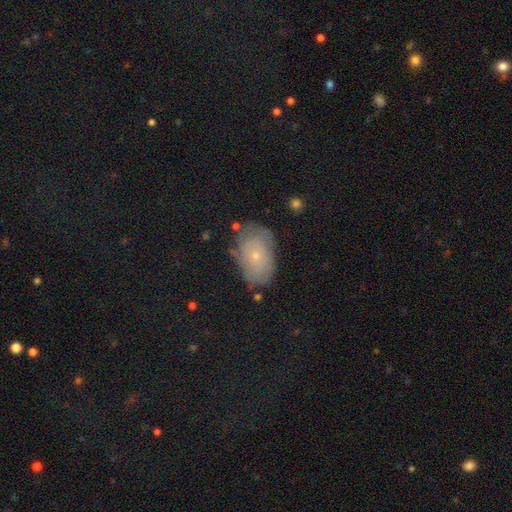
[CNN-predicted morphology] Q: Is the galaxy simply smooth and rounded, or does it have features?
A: smooth — 52%.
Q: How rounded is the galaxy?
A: in between — 86%.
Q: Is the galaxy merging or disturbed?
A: none — 67%.